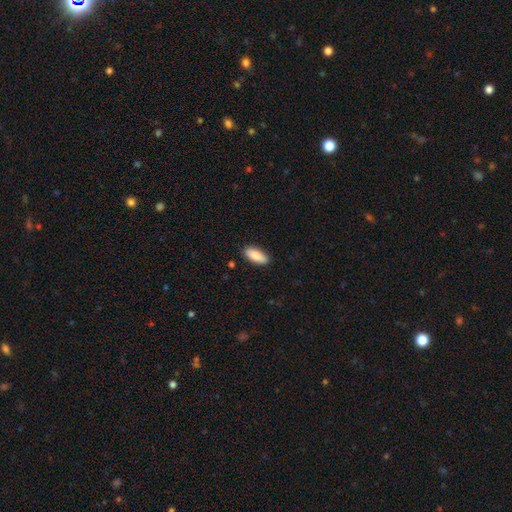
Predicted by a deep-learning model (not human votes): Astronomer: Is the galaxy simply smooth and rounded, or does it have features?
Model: smooth — 88%.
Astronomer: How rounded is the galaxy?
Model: in between — 82%.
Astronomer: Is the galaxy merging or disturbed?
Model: none — 88%.